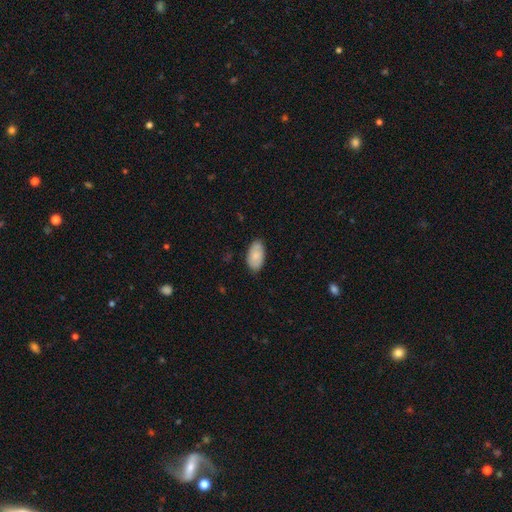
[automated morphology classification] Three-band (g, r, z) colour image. It shows a smooth galaxy with no disk features (79%) that is in between round and cigar-shaped (95%). Merging: none (83%).